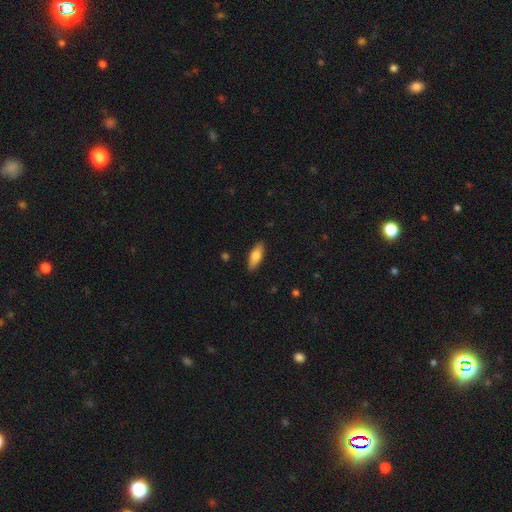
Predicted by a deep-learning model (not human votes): The model was most divided on "how rounded": in between: 65%, cigar-shaped: 32%, round: 2%. More confident: merging — none (88%); smooth or featured — smooth (74%).